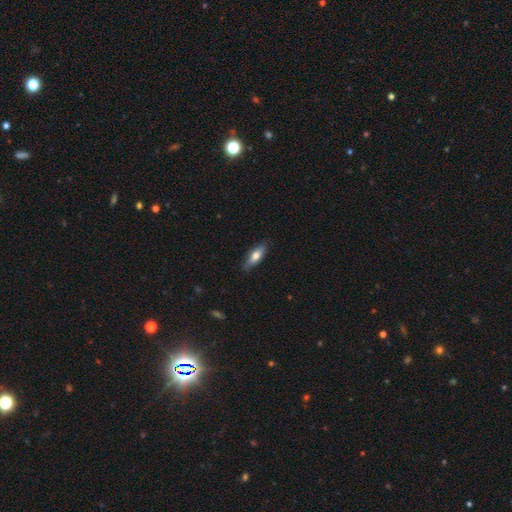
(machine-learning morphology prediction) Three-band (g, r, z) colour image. It shows a smooth galaxy with no disk features (66%) that is in between round and cigar-shaped (55%). Merging: none (83%).